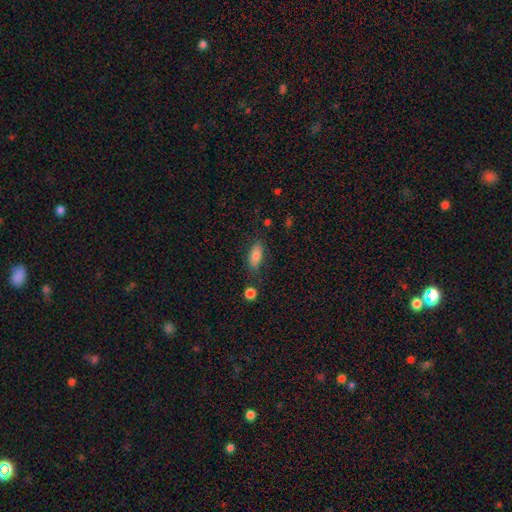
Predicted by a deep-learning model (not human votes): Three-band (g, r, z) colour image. It shows a smooth galaxy with no disk features (76%) that is in between round and cigar-shaped (82%). Merging: none (75%).